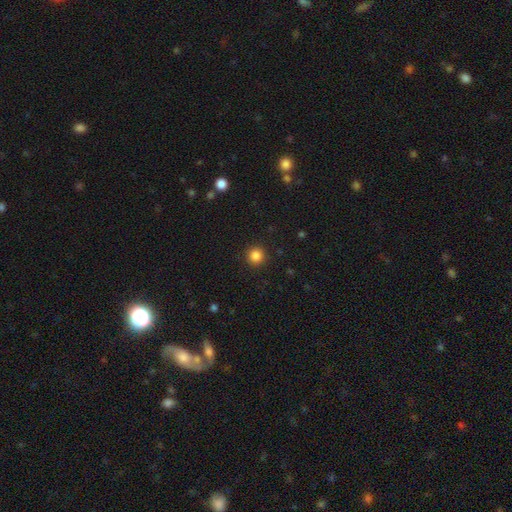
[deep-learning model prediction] Smooth or featured?
  - smooth: 85% *
  - star or artifact: 11%
  - featured or disk: 4%
How rounded?
  - round: 95% *
  - in between: 4%
  - cigar-shaped: 1%
Merging?
  - none: 93% *
  - minor disturbance: 5%
  - major disturbance: 2%
  - merger: 1%